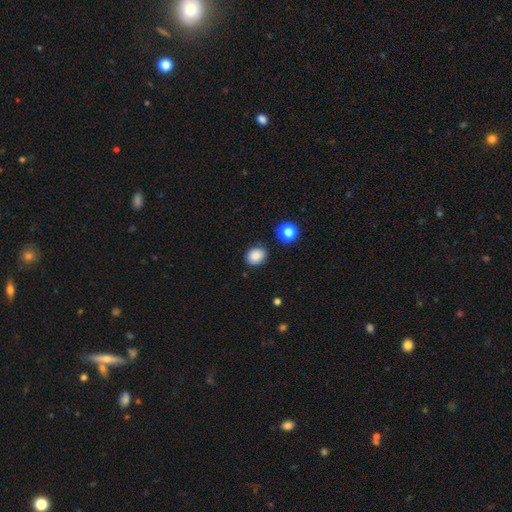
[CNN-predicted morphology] This is clearly a smooth galaxy (85%). How rounded: likely round (62%). Merging: clearly none (83%).